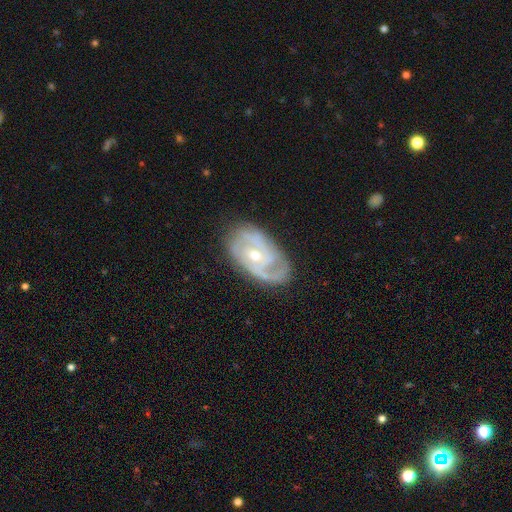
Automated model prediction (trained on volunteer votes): Smooth or featured?
  - featured or disk: 84% *
  - smooth: 11%
  - star or artifact: 5%
Edge-on disk?
  - no: 95% *
  - yes: 5%
Bar?
  - no: 53% *
  - weak: 39%
  - strong: 9%
Spiral arms?
  - yes: 93% *
  - no: 7%
Spiral winding?
  - tight: 47% *
  - medium: 41%
  - loose: 12%
Spiral arm count?
  - 2: 47% *
  - can't tell: 23%
  - 3: 18%
  - 1: 6%
  - 4: 4%
  - more than 4: 3%
Bulge size?
  - moderate: 51% *
  - small: 46%
  - large: 2%
  - none: 1%
  - dominant: 1%
Merging?
  - none: 70% *
  - minor disturbance: 21%
  - major disturbance: 8%
  - merger: 1%